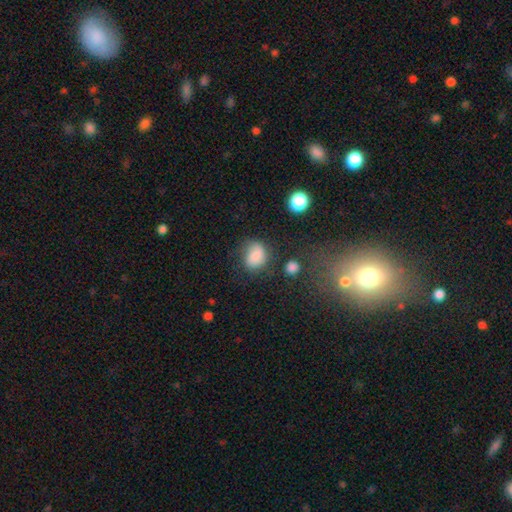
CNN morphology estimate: Q: Smooth or featured?
A: smooth (80%); runner-up: featured or disk (10%)
Q: How rounded?
A: in between (59%); runner-up: round (40%)
Q: Merging?
A: none (53%); runner-up: minor disturbance (28%)